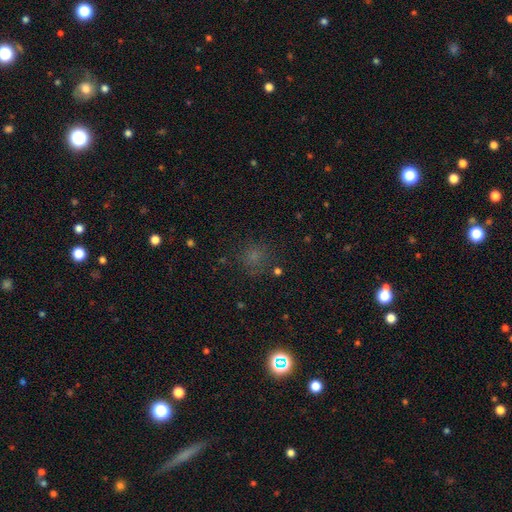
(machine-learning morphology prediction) The model was most divided on "smooth or featured": smooth: 57%, star or artifact: 35%, featured or disk: 9%. More confident: how rounded — round (89%); merging — none (80%).